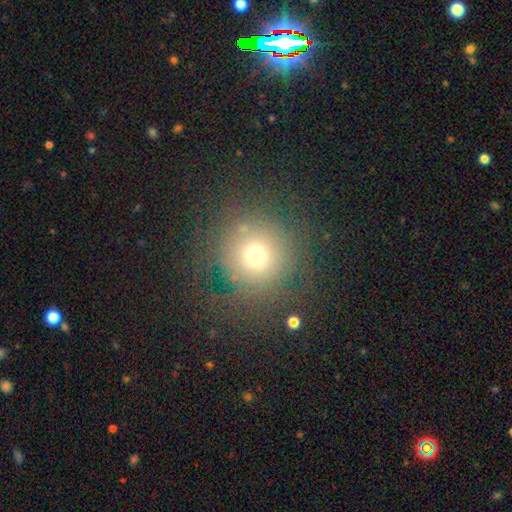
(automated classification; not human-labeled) smooth_or_featured: smooth (p=0.68) [alt: star or artifact p=0.18]
how_rounded: round (p=0.95) [alt: in between p=0.05]
merging: none (p=0.74) [alt: minor disturbance p=0.12]